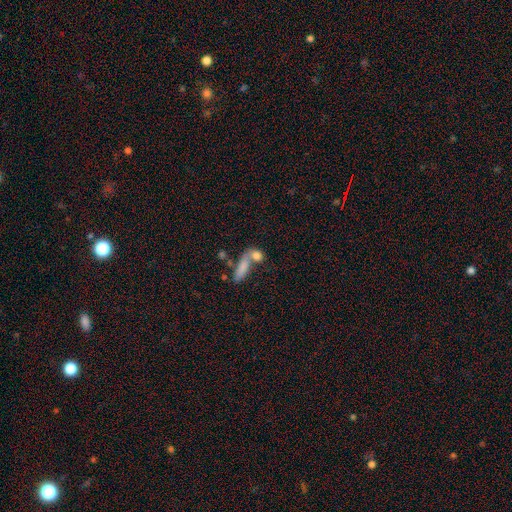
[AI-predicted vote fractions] The model was most divided on "merging": merger: 47%, none: 35%, minor disturbance: 10%, major disturbance: 8%. More confident: smooth or featured — smooth (66%); how rounded — in between (51%).